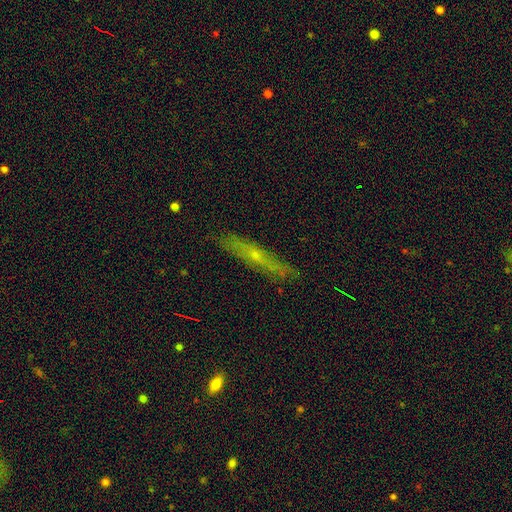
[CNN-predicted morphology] A featured or disk galaxy (55%) viewed edge-on (85%).

Vote fractions:
- Smooth or featured? featured or disk: 55% / smooth: 35% / star or artifact: 11%
- Edge-on disk? yes: 85% / no: 15%
- Merging? none: 84% / minor disturbance: 12% / major disturbance: 2% / merger: 1%